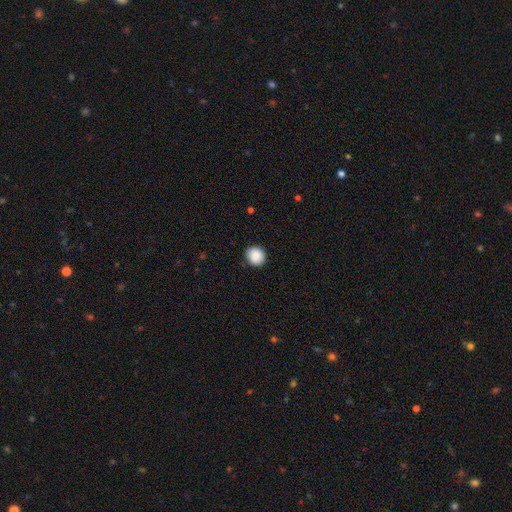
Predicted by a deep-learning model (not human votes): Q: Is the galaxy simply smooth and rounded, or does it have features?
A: smooth — 87%.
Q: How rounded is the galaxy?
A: round — 88%.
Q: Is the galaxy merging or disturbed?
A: none — 88%.